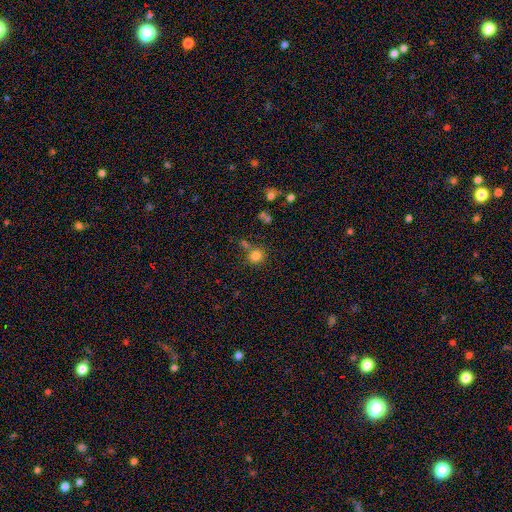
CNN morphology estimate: The model was most divided on "merging": none: 70%, merger: 14%, minor disturbance: 11%, major disturbance: 5%. More confident: how rounded — round (88%); smooth or featured — smooth (81%).